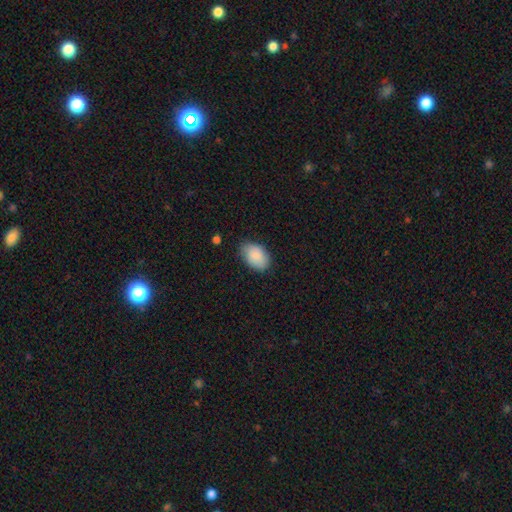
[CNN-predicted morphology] A smooth galaxy with no disk features (89%) that is in between round and cigar-shaped (87%).

Vote fractions:
- Smooth or featured? smooth: 89% / star or artifact: 6% / featured or disk: 5%
- How rounded? in between: 87% / round: 12% / cigar-shaped: 1%
- Merging? none: 76% / minor disturbance: 19% / major disturbance: 3% / merger: 1%